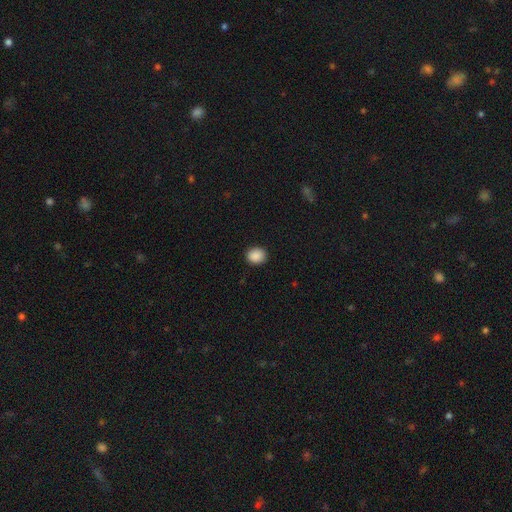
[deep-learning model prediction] This appears to be a smooth galaxy with no disk features (89%) that is round (67%). Merging: none (90%).